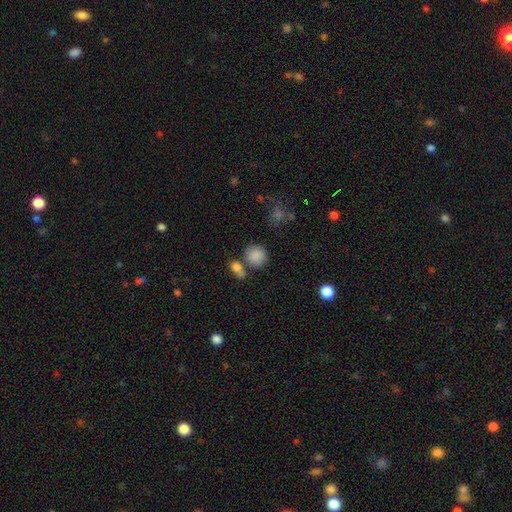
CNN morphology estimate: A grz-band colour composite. It shows a smooth galaxy with no disk features (85%) that is round (82%). Merging: none (61%).